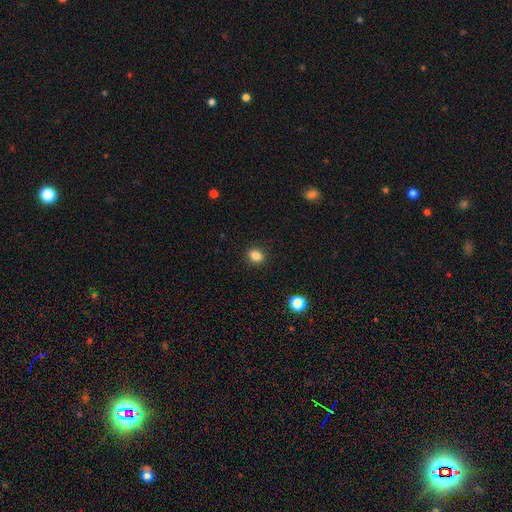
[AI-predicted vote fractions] smooth_or_featured: smooth (p=0.85) [alt: star or artifact p=0.11]
how_rounded: in between (p=0.54) [alt: round p=0.45]
merging: none (p=0.90) [alt: minor disturbance p=0.07]